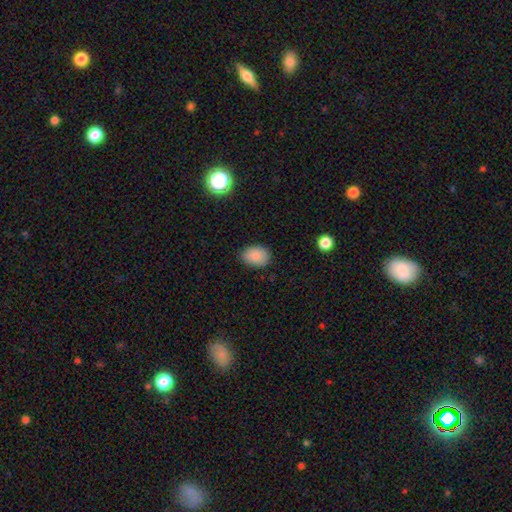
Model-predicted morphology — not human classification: Smooth or featured: smooth — 85% (star or artifact — 9%)
How rounded: in between — 74% (round — 25%)
Merging: none — 80% (minor disturbance — 16%)